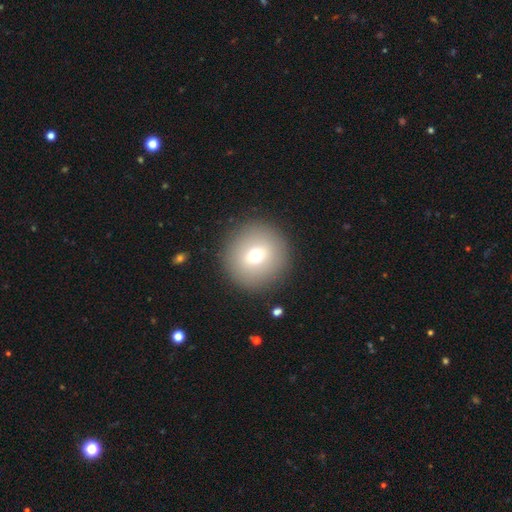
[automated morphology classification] Smooth or featured?
  - smooth: 69% *
  - featured or disk: 18%
  - star or artifact: 12%
How rounded?
  - round: 96% *
  - in between: 3%
  - cigar-shaped: 1%
Merging?
  - none: 91% *
  - minor disturbance: 5%
  - major disturbance: 3%
  - merger: 1%